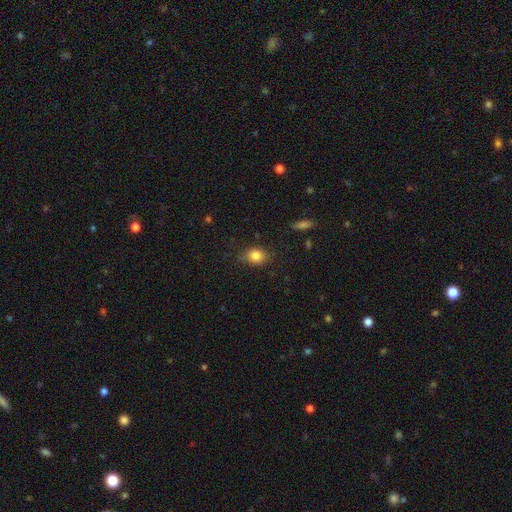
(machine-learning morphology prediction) A smooth galaxy with no disk features (83%) that is in between round and cigar-shaped (53%).

Vote fractions:
- Smooth or featured? smooth: 83% / star or artifact: 10% / featured or disk: 7%
- How rounded? in between: 53% / round: 45% / cigar-shaped: 1%
- Merging? none: 77% / minor disturbance: 18% / major disturbance: 4% / merger: 1%